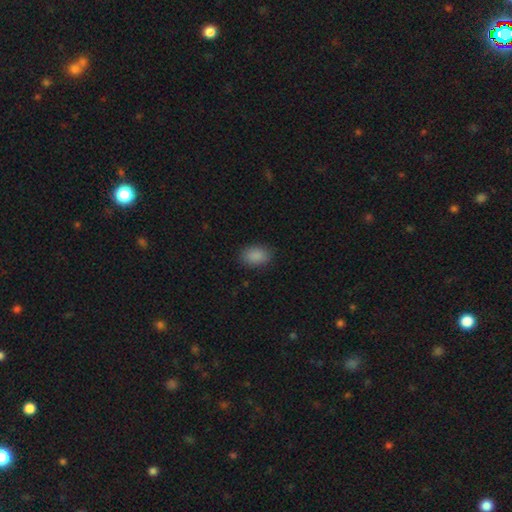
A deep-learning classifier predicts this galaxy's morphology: smooth-or-featured: smooth: 89% | star or artifact: 8% | featured or disk: 3%
  how-rounded: in between: 84% | round: 15% | cigar-shaped: 1%
  merging: none: 86% | minor disturbance: 10% | major disturbance: 3% | merger: 1%